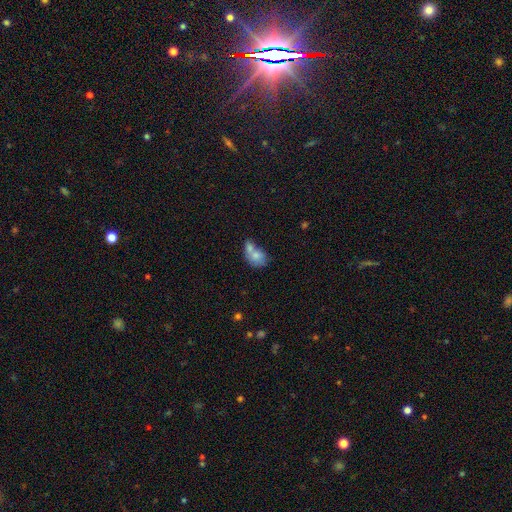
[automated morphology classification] This is likely a smooth galaxy (70%). How rounded: likely in between (70%). Merging: possibly merger (56%).